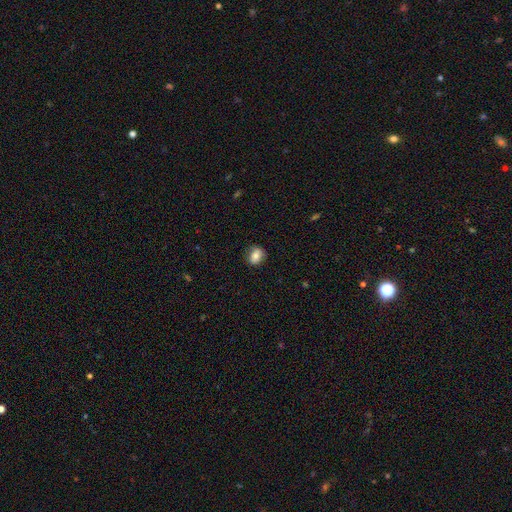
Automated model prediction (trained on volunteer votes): Smooth or featured?
  - smooth: 75% *
  - featured or disk: 16%
  - star or artifact: 9%
How rounded?
  - in between: 51% *
  - round: 47%
  - cigar-shaped: 1%
Merging?
  - none: 82% *
  - minor disturbance: 13%
  - major disturbance: 3%
  - merger: 1%